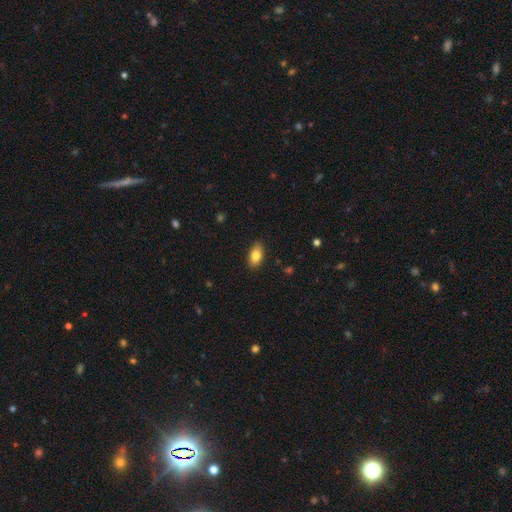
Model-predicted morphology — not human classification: A smooth galaxy with no disk features (84%) that is in between round and cigar-shaped (91%). Merging: none (86%).